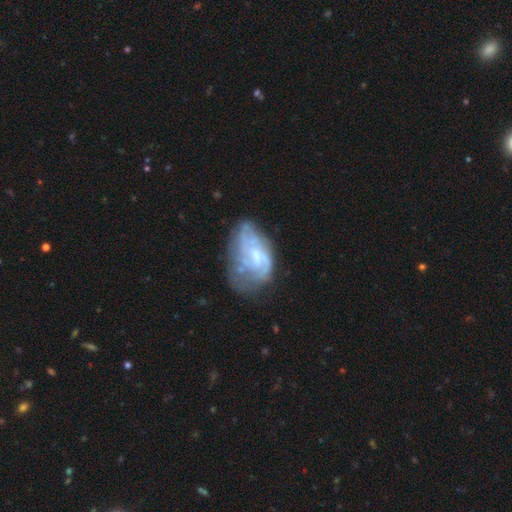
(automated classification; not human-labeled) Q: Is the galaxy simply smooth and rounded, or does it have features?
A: featured or disk — 72%.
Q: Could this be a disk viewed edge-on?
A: no — 97%.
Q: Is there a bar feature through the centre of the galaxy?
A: no — 52%.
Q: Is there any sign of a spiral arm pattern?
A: yes — 71%.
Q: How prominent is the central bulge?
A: small — 41%.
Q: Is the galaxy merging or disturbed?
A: none — 43%.